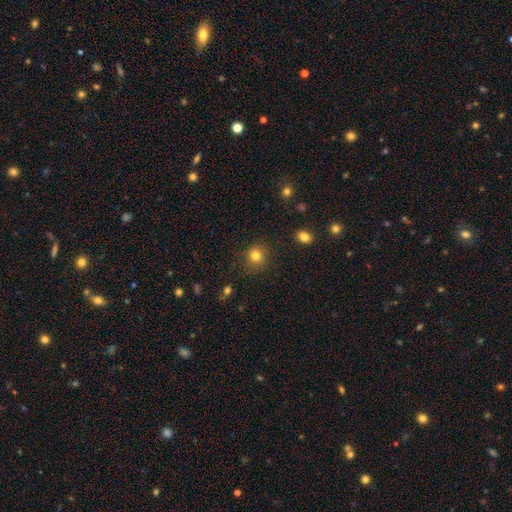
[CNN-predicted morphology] Smooth or featured?
  - smooth: 81% *
  - star or artifact: 13%
  - featured or disk: 6%
How rounded?
  - round: 87% *
  - in between: 12%
  - cigar-shaped: 1%
Merging?
  - none: 87% *
  - minor disturbance: 9%
  - major disturbance: 3%
  - merger: 1%